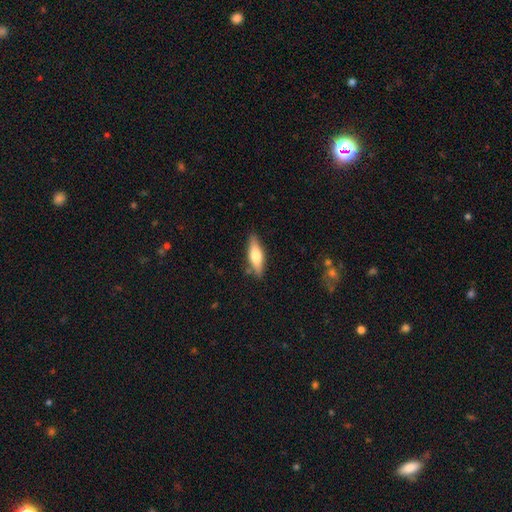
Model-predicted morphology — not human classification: This is likely a smooth galaxy (60%). How rounded: possibly cigar-shaped (52%). Merging: clearly none (83%).